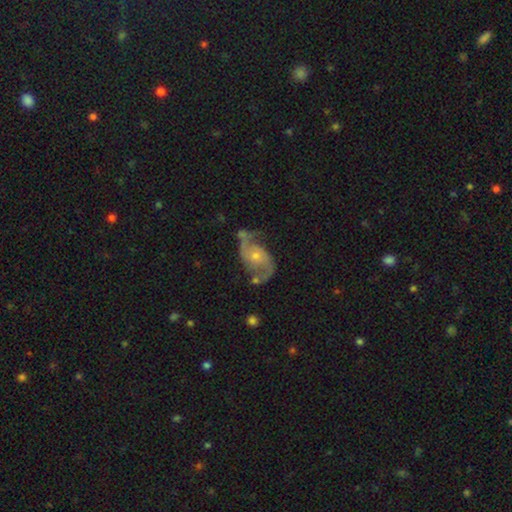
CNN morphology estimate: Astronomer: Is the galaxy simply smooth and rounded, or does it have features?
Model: featured or disk — 87%.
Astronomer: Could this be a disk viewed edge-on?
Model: no — 97%.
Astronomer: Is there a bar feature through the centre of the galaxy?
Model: no — 68%.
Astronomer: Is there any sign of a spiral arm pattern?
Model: yes — 96%.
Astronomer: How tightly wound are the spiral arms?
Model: loose — 45% (runner-up: medium, 44%).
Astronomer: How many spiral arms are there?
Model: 2 — 92%.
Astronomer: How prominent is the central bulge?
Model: small — 60%.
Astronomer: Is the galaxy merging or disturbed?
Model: none — 63%.